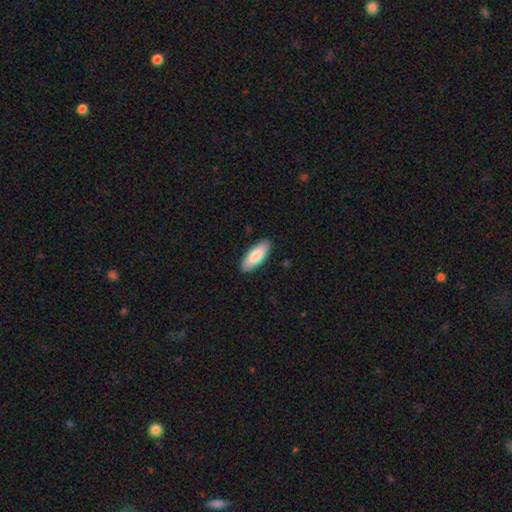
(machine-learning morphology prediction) A smooth galaxy with no disk features (84%) that is in between round and cigar-shaped (78%).

Vote fractions:
- Smooth or featured? smooth: 84% / featured or disk: 11% / star or artifact: 5%
- How rounded? in between: 78% / cigar-shaped: 20% / round: 2%
- Merging? none: 90% / minor disturbance: 8% / major disturbance: 2% / merger: 1%